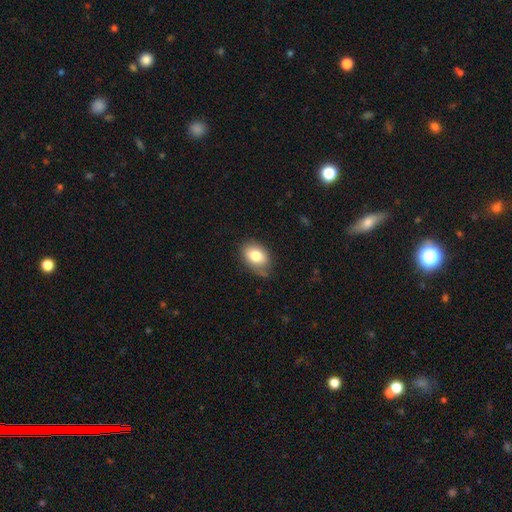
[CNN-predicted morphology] A smooth galaxy with no disk features (79%) that is in between round and cigar-shaped (82%). Merging: none (67%).